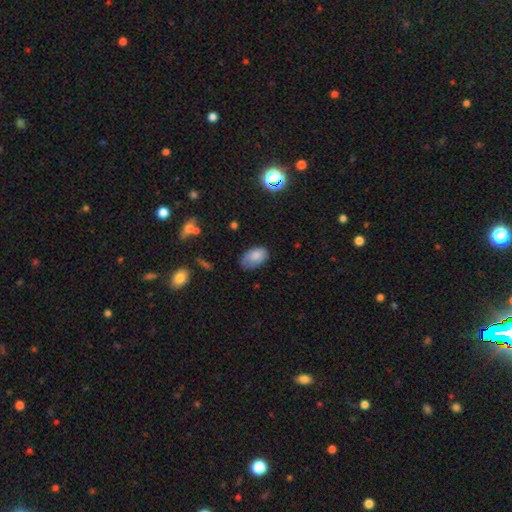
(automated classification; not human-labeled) This appears to be a smooth galaxy with no disk features (79%) that is in between round and cigar-shaped (91%). Merging: none (58%).